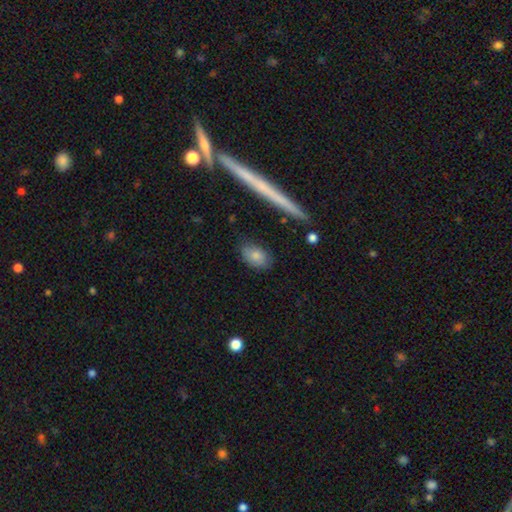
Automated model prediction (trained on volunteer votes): Morphology: type=smooth (79%); roundness=in between (81%); merging=none (77%).